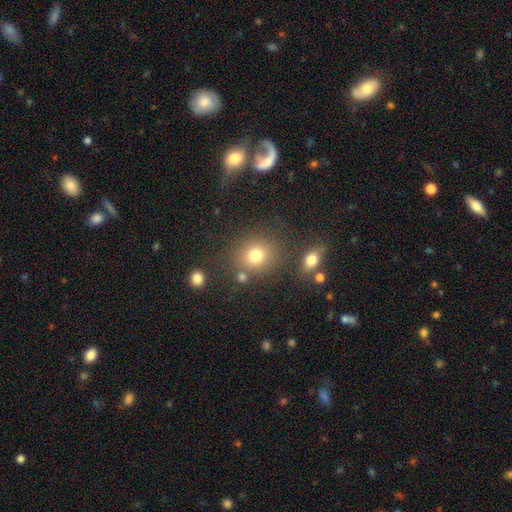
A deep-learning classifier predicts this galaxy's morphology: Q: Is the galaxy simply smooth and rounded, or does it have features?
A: smooth — 78%.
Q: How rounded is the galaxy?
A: round — 78%.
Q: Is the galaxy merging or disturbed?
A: none — 75%.